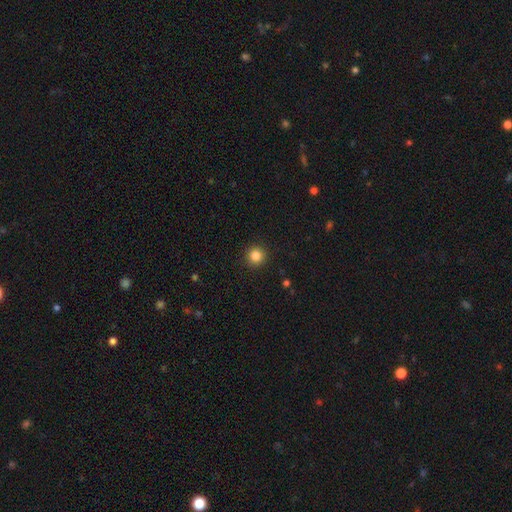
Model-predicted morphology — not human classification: smooth-or-featured: smooth: 85% | star or artifact: 11% | featured or disk: 4%
  how-rounded: round: 95% | in between: 4% | cigar-shaped: 1%
  merging: none: 92% | minor disturbance: 5% | major disturbance: 2% | merger: 1%